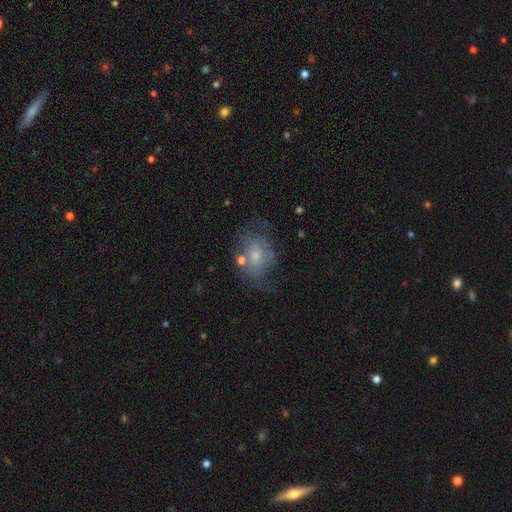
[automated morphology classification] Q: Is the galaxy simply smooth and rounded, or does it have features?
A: featured or disk — 47%.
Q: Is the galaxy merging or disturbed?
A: none — 47%.